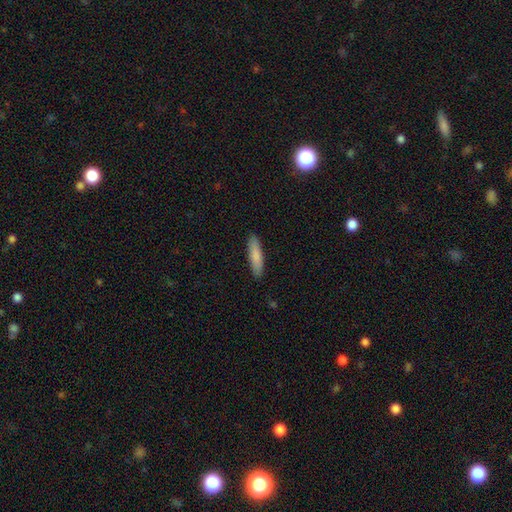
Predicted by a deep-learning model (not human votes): Smooth or featured?
  - smooth: 84% *
  - featured or disk: 11%
  - star or artifact: 5%
How rounded?
  - cigar-shaped: 77% *
  - in between: 22%
  - round: 1%
Merging?
  - none: 90% *
  - minor disturbance: 8%
  - major disturbance: 2%
  - merger: 1%